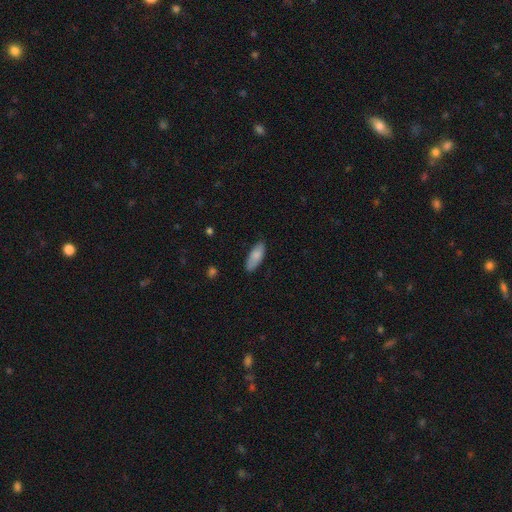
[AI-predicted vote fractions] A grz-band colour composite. It shows a smooth galaxy with no disk features (83%) that is in between round and cigar-shaped (75%). Merging: none (80%).